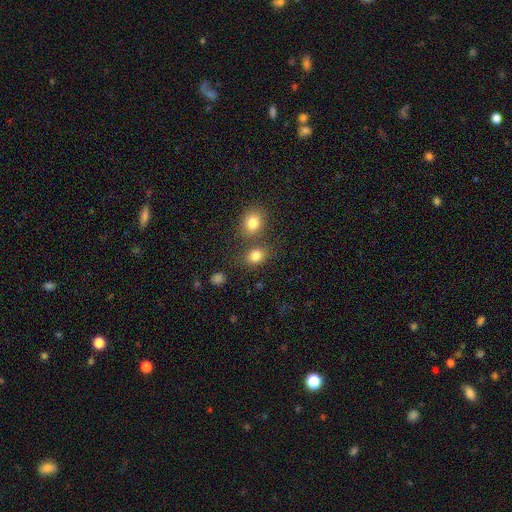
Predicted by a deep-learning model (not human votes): The model was most divided on "how rounded": round: 51%, in between: 48%, cigar-shaped: 1%. More confident: smooth or featured — smooth (81%); merging — none (63%).